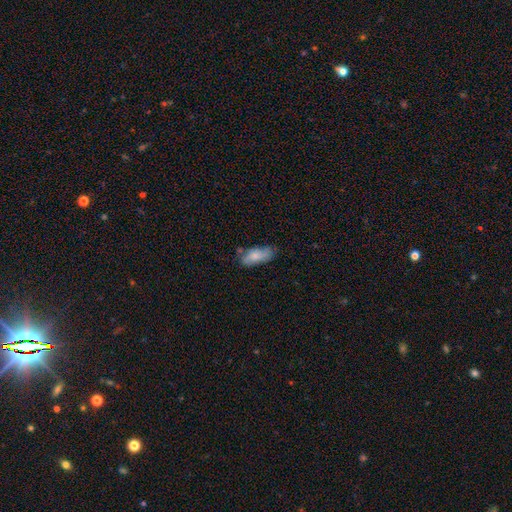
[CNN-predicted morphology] A smooth galaxy with no disk features (71%) that is in between round and cigar-shaped (83%). Merging: none (57%).